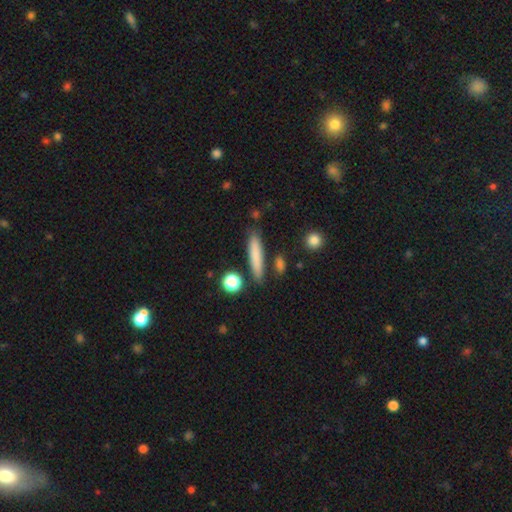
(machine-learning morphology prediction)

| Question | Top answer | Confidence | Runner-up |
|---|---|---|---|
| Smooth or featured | smooth | 78% | featured or disk (15%) |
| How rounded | cigar-shaped | 88% | in between (10%) |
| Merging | none | 84% | minor disturbance (9%) |